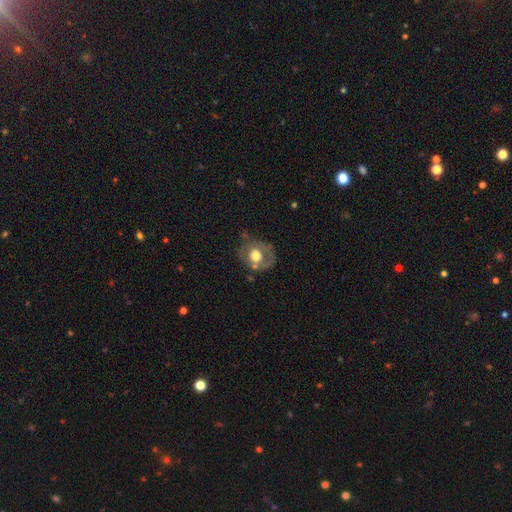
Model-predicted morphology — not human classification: Smooth or featured?
  - featured or disk: 47% *
  - smooth: 46%
  - star or artifact: 7%
Merging?
  - none: 56% *
  - minor disturbance: 24%
  - major disturbance: 14%
  - merger: 5%